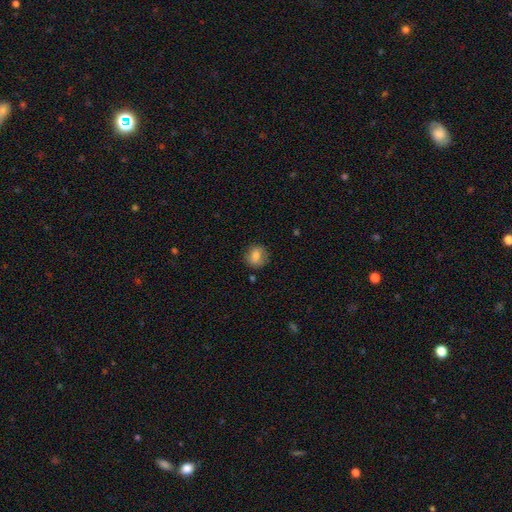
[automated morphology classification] A smooth galaxy with no disk features (80%) that is round (78%). Merging: none (78%).